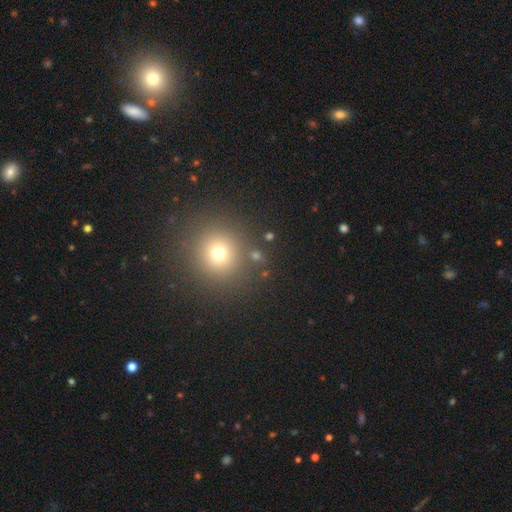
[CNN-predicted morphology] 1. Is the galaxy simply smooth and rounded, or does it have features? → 67% smooth, 24% star or artifact, 9% featured or disk.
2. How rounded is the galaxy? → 91% round, 8% in between, 1% cigar-shaped.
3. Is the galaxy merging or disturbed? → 86% none, 7% minor disturbance, 4% merger, 3% major disturbance.